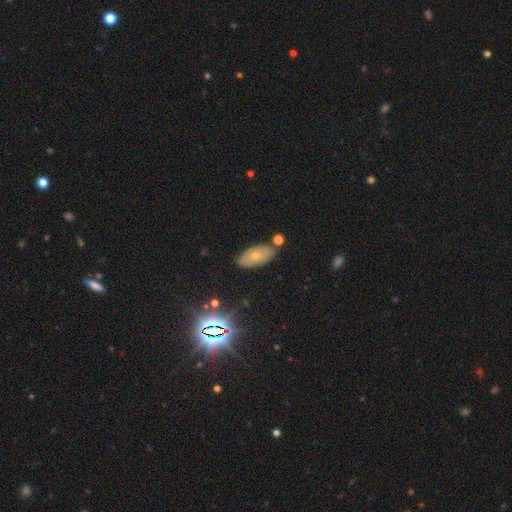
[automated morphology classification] Smooth or featured? smooth (49%)
Merging? none (76%)